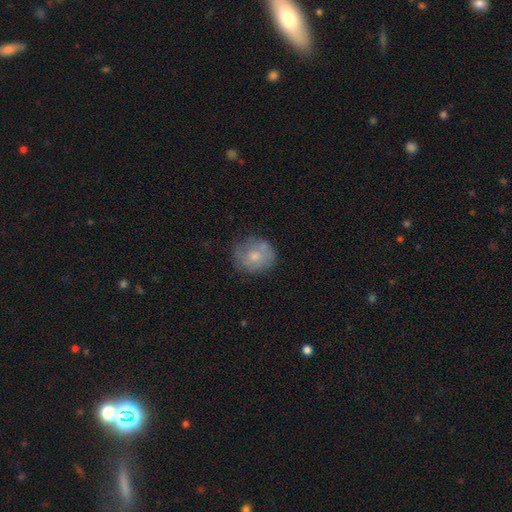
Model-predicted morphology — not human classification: smooth_or_featured: smooth (p=0.61) [alt: featured or disk p=0.31]
how_rounded: round (p=0.75) [alt: in between p=0.24]
merging: none (p=0.64) [alt: minor disturbance p=0.24]